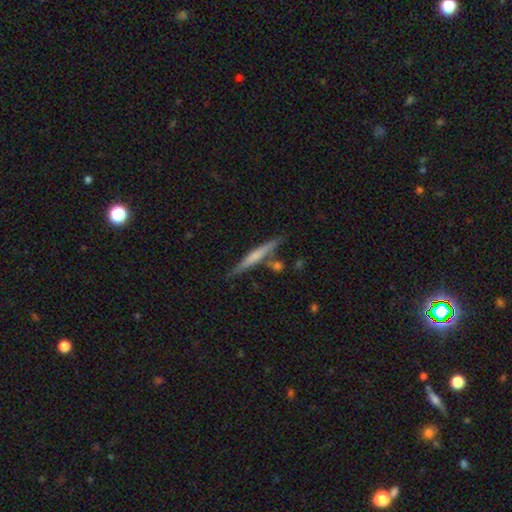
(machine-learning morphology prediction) A smooth galaxy with no disk features (49%).

Vote fractions:
- Smooth or featured? smooth: 49% / featured or disk: 45% / star or artifact: 6%
- Merging? none: 79% / minor disturbance: 11% / merger: 7% / major disturbance: 3%